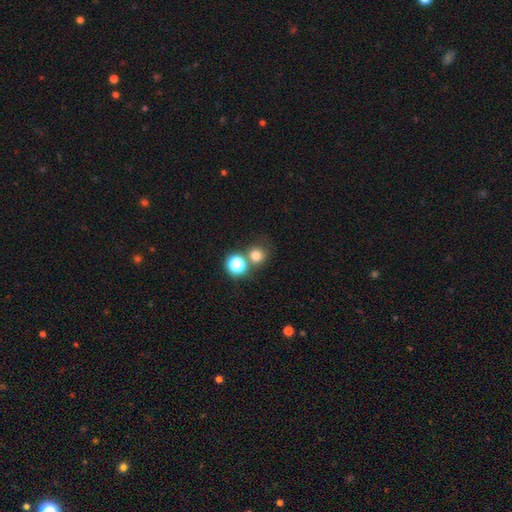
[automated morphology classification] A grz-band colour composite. It shows a smooth galaxy with no disk features (75%) that is round (88%). Merging: none (61%).